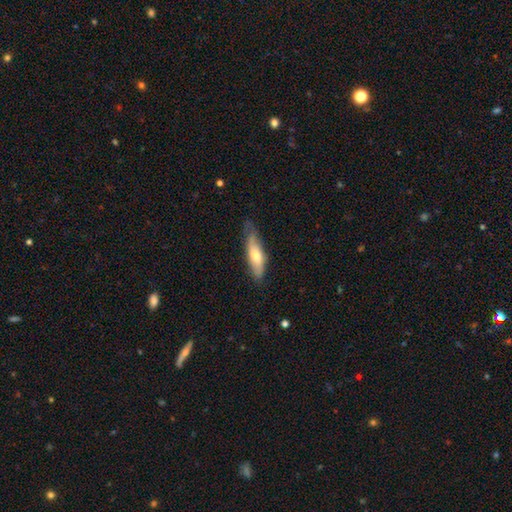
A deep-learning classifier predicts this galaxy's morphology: The model was most divided on "how rounded": cigar-shaped: 55%, in between: 43%, round: 2%. More confident: smooth or featured — smooth (61%); merging — none (59%).